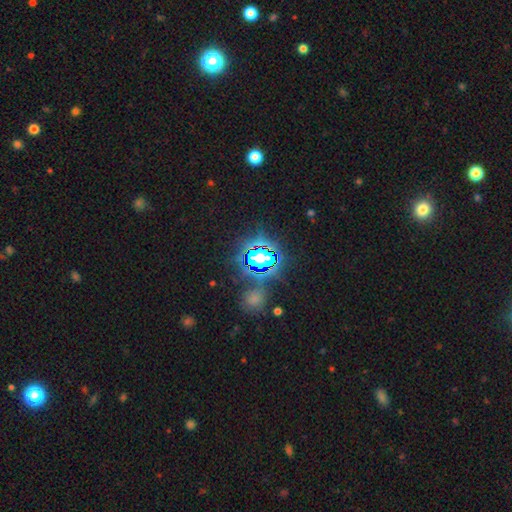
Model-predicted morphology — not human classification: type=star or artifact (76%).